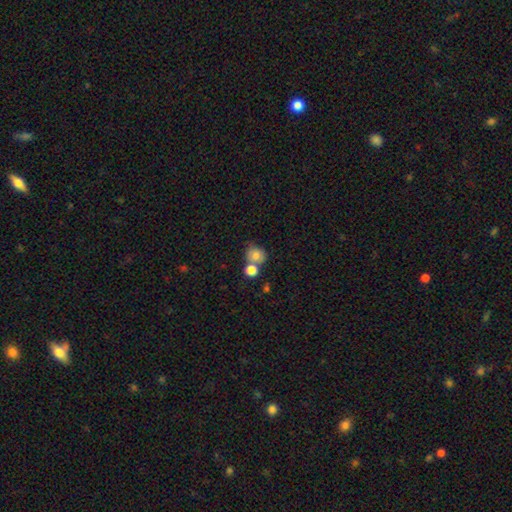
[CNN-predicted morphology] Smooth or featured: smooth — 75% (featured or disk — 15%)
How rounded: round — 74% (in between — 25%)
Merging: none — 45% (merger — 37%)